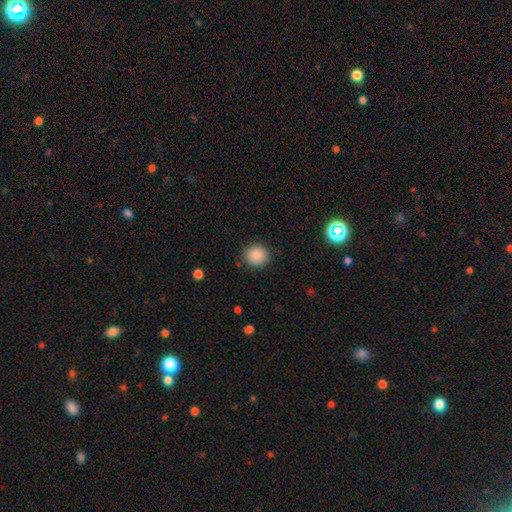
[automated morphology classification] The model was most divided on "smooth or featured": smooth: 86%, star or artifact: 10%, featured or disk: 4%. More confident: merging — none (90%); how rounded — round (90%).